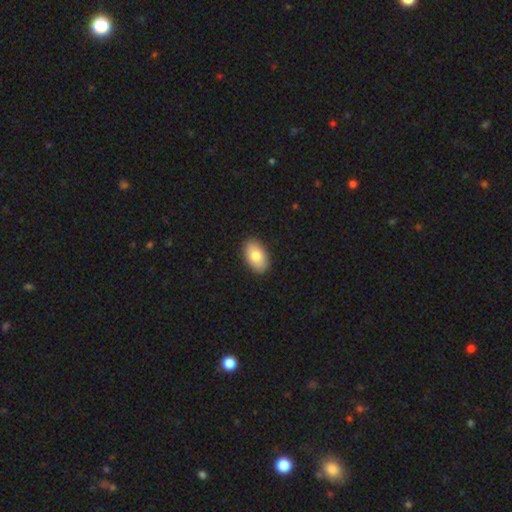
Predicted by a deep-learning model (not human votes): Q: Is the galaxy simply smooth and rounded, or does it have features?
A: smooth — 81%.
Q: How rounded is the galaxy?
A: in between — 94%.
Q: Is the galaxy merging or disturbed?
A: none — 90%.